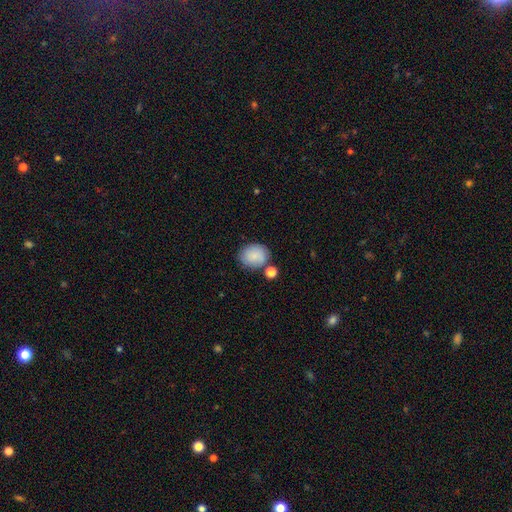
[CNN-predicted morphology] smooth-or-featured: smooth: 82% | featured or disk: 10% | star or artifact: 8%
  how-rounded: round: 60% | in between: 39% | cigar-shaped: 1%
  merging: none: 70% | minor disturbance: 15% | merger: 11% | major disturbance: 4%